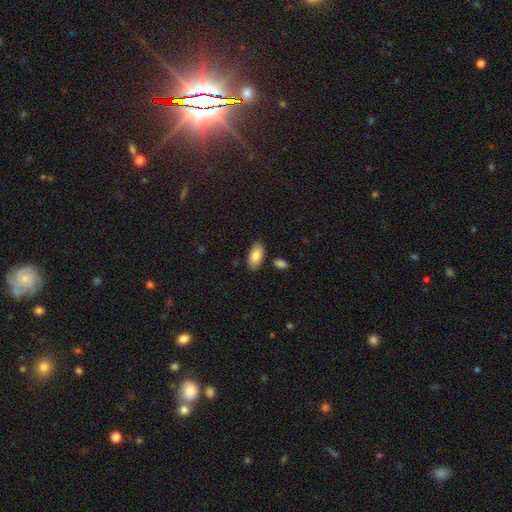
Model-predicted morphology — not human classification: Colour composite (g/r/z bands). It shows a smooth galaxy with no disk features (82%) that is in between round and cigar-shaped (93%). Merging: none (84%).